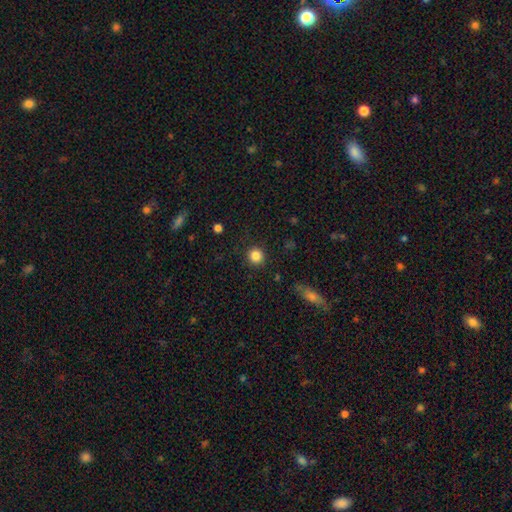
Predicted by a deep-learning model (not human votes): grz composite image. It shows a smooth galaxy with no disk features (85%) that is round (94%). Merging: none (90%).